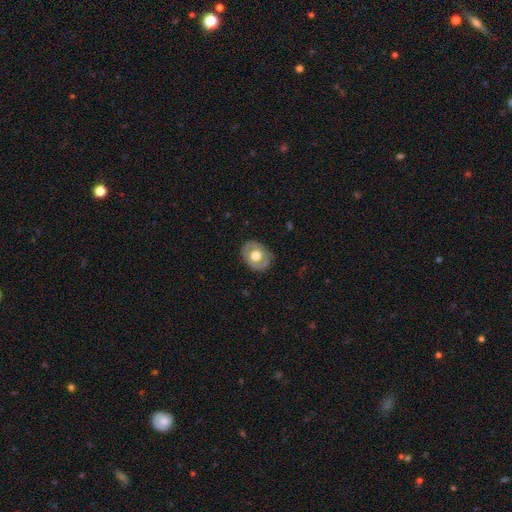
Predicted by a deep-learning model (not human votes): Q: Smooth or featured?
A: smooth (50%); runner-up: featured or disk (44%)
Q: Merging?
A: none (80%); runner-up: minor disturbance (15%)